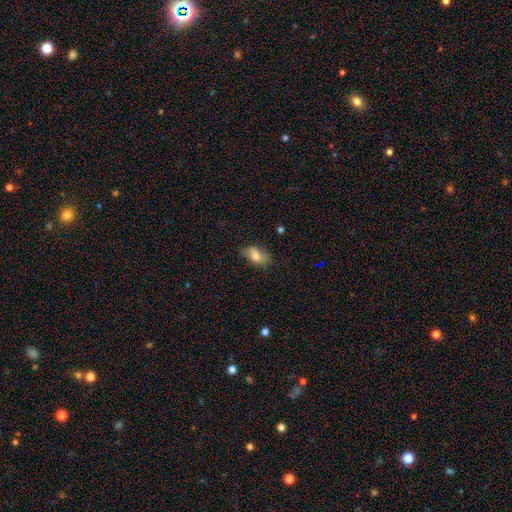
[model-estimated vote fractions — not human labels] Q: Smooth or featured?
A: smooth (68%); runner-up: featured or disk (23%)
Q: How rounded?
A: in between (89%); runner-up: round (8%)
Q: Merging?
A: none (68%); runner-up: minor disturbance (24%)